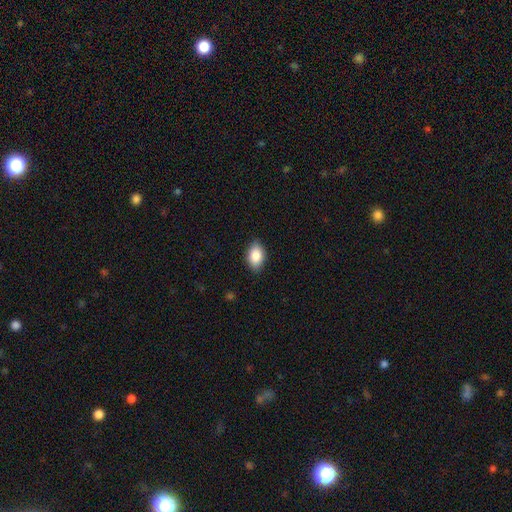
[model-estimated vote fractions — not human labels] Smooth or featured? Predicted: smooth (p=0.86). How rounded? Predicted: in between (p=0.88). Merging? Predicted: none (p=0.87).